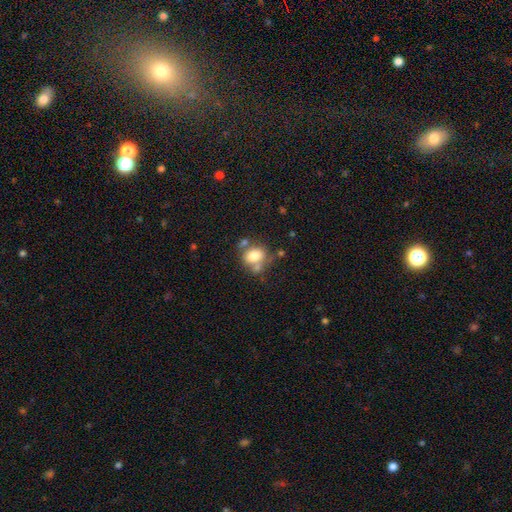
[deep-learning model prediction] Q: Smooth or featured?
A: smooth (74%); runner-up: featured or disk (16%)
Q: How rounded?
A: in between (56%); runner-up: round (43%)
Q: Merging?
A: none (44%); runner-up: merger (28%)